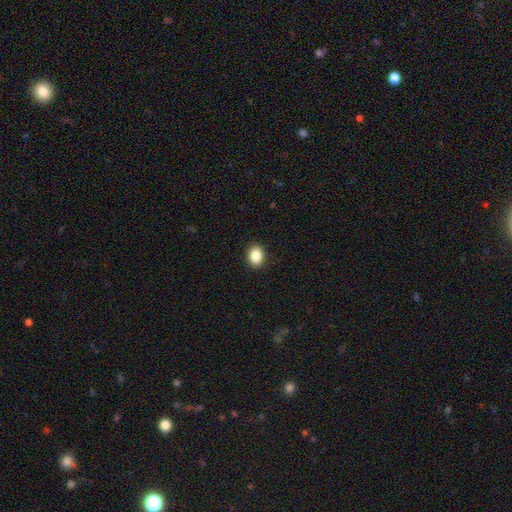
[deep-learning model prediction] smooth_or_featured: smooth (p=0.87) [alt: star or artifact p=0.08]
how_rounded: in between (p=0.69) [alt: round p=0.30]
merging: none (p=0.91) [alt: minor disturbance p=0.07]